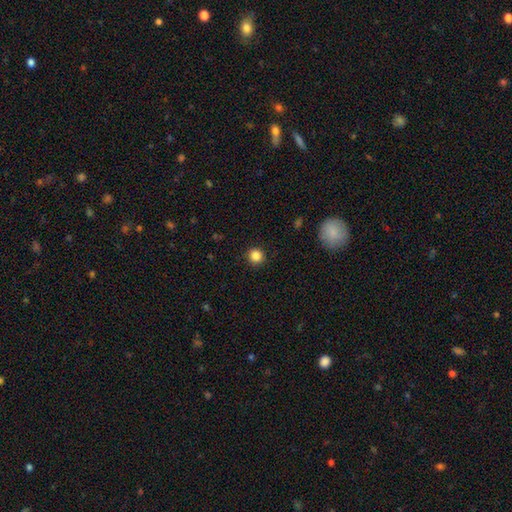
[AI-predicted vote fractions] Morphology: type=smooth (85%); roundness=round (92%); merging=none (91%).